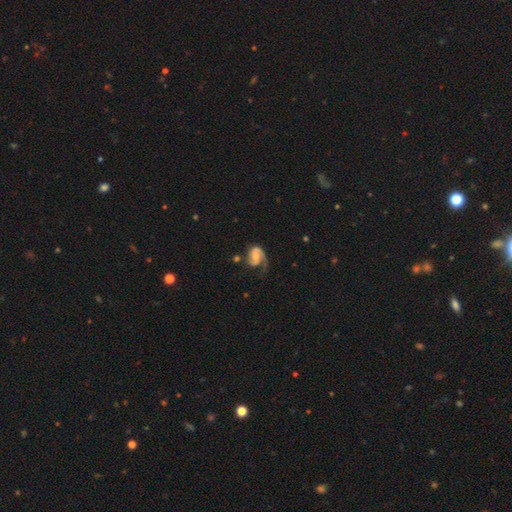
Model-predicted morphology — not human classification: This is clearly a featured or disk galaxy (80%). It is clearly not viewed edge-on (98%). Bar: possibly no (50%). Spiral arm pattern: clearly yes (95%). Spiral arm count: possibly 2 (49%). Spiral winding: marginally medium (45%). Central bulge: possibly small (50%). Merging: possibly none (46%).